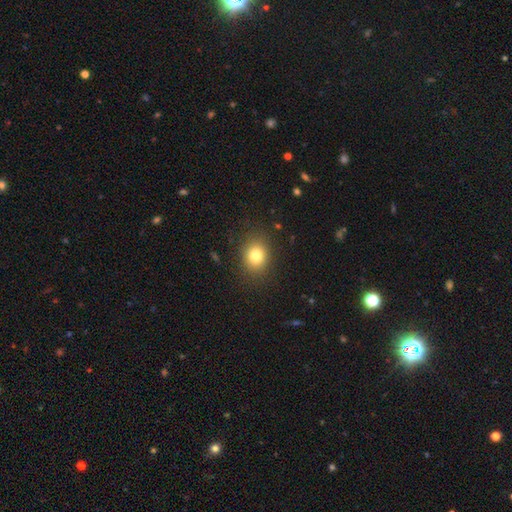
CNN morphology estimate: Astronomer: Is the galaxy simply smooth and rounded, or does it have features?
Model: smooth — 79%.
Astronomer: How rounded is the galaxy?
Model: round — 60% (runner-up: in between, 39%).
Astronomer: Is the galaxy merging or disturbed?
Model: none — 86%.